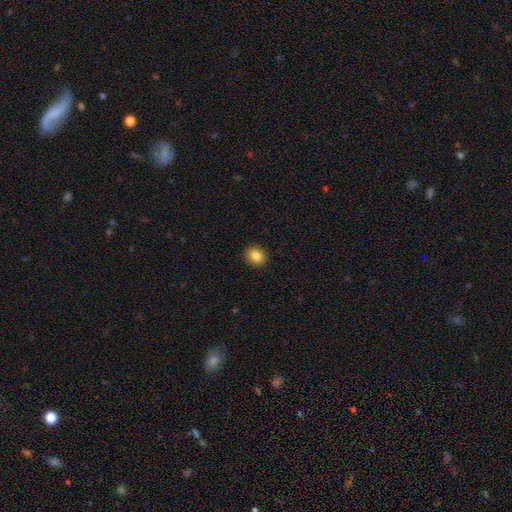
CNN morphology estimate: Smooth or featured?
  - smooth: 85% *
  - star or artifact: 9%
  - featured or disk: 6%
How rounded?
  - round: 59% *
  - in between: 40%
  - cigar-shaped: 1%
Merging?
  - none: 91% *
  - minor disturbance: 6%
  - major disturbance: 2%
  - merger: 1%